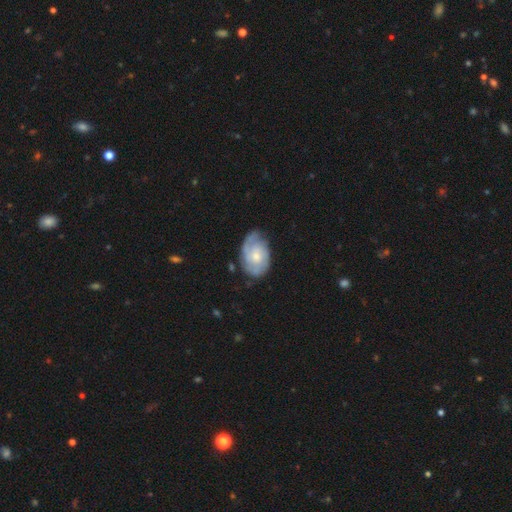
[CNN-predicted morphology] Smooth or featured? Predicted: featured or disk (p=0.68). Edge-on disk? Predicted: no (p=0.96). Bar? Predicted: no (p=0.72). Spiral arms? Predicted: yes (p=0.87). Spiral winding? Predicted: tight (p=0.54). Spiral arm count? Predicted: 2 (p=0.37). Bulge size? Predicted: moderate (p=0.49). Merging? Predicted: none (p=0.63).